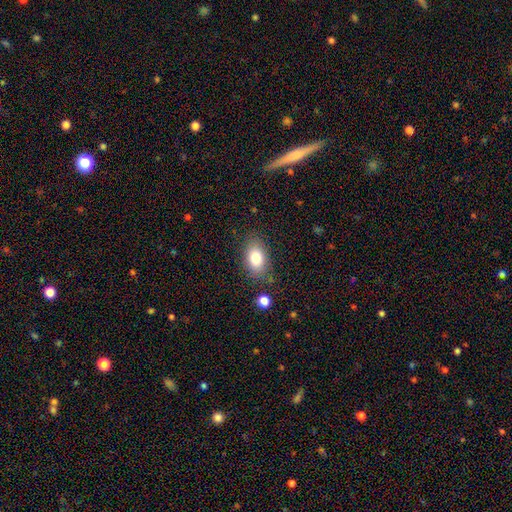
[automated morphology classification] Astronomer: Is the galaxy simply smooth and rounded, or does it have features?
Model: smooth — 83%.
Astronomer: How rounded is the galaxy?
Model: in between — 89%.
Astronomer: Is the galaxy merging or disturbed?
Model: none — 80%.